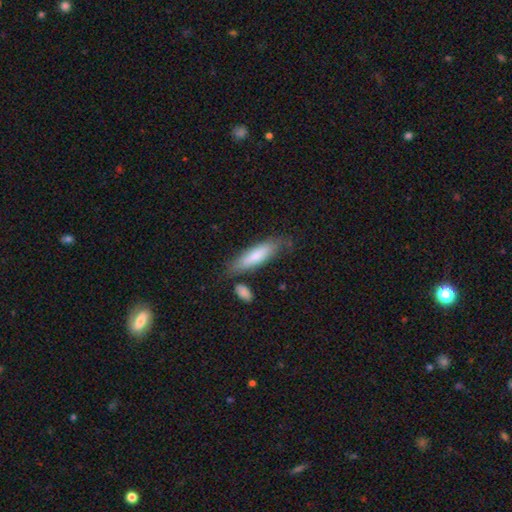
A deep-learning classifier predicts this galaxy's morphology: type=smooth (76%); roundness=cigar-shaped (67%); merging=none (71%).